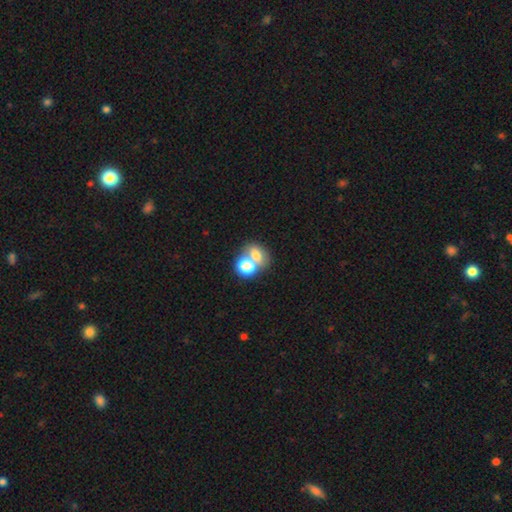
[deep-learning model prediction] Smooth or featured: smooth — 69% (featured or disk — 17%)
How rounded: in between — 52% (round — 47%)
Merging: merger — 56% (none — 32%)